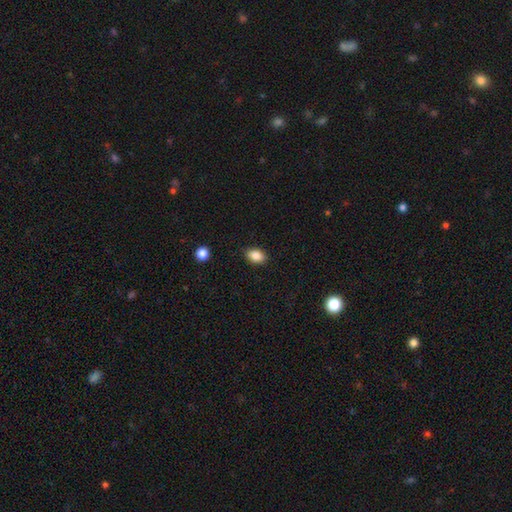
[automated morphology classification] Smooth or featured: smooth — 87% (star or artifact — 9%)
How rounded: in between — 83% (round — 16%)
Merging: none — 87% (minor disturbance — 9%)